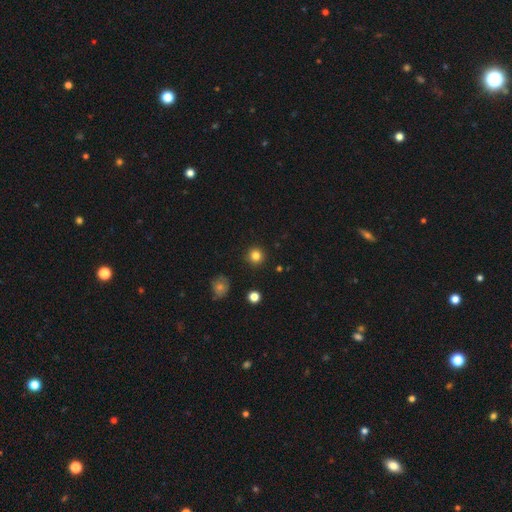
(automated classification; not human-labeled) Morphology: type=smooth (83%); roundness=round (94%); merging=none (91%).